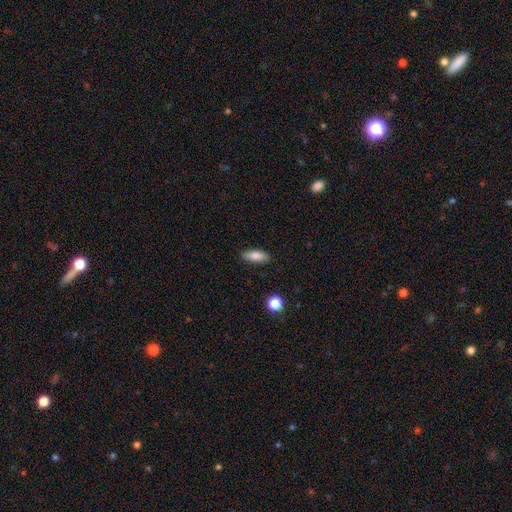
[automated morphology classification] This is clearly a smooth galaxy (82%). How rounded: likely in between (72%). Merging: clearly none (84%).